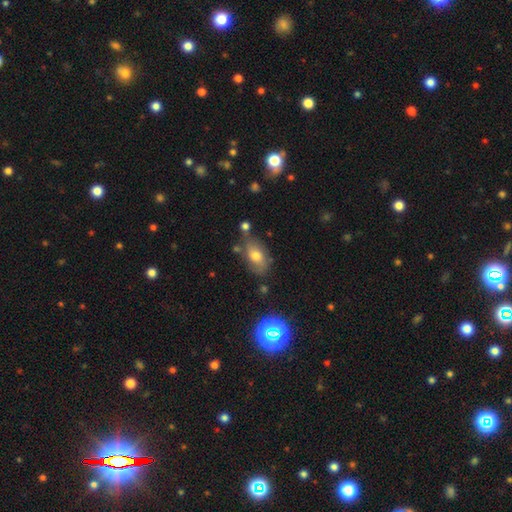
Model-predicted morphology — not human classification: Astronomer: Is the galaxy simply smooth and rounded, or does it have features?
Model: smooth — 64%.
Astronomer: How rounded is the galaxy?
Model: in between — 86%.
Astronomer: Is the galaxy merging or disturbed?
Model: none — 61%.